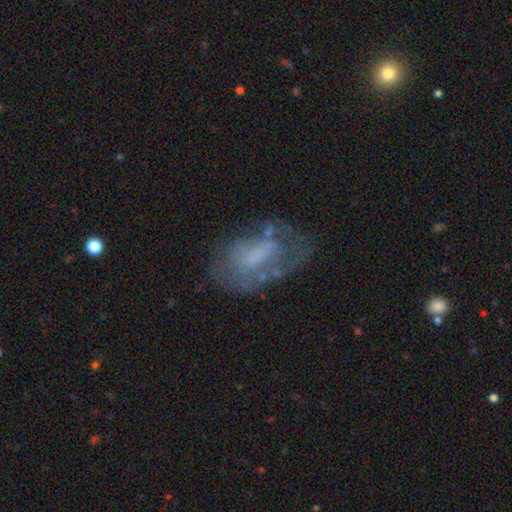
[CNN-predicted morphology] A featured or disk galaxy (53%).

Vote fractions:
- Smooth or featured? featured or disk: 53% / smooth: 36% / star or artifact: 11%
- Edge-on disk? no: 94% / yes: 6%
- Merging? none: 43% / major disturbance: 27% / minor disturbance: 25% / merger: 5%